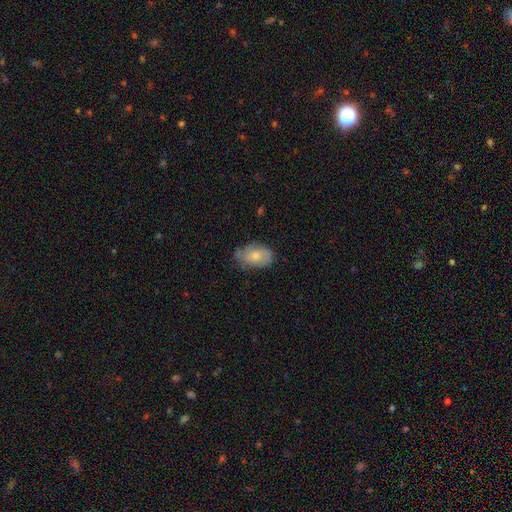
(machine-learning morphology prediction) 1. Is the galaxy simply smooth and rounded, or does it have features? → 58% smooth, 35% featured or disk, 7% star or artifact.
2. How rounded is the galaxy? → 87% in between, 11% round, 2% cigar-shaped.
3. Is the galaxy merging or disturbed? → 58% none, 32% minor disturbance, 8% major disturbance, 2% merger.